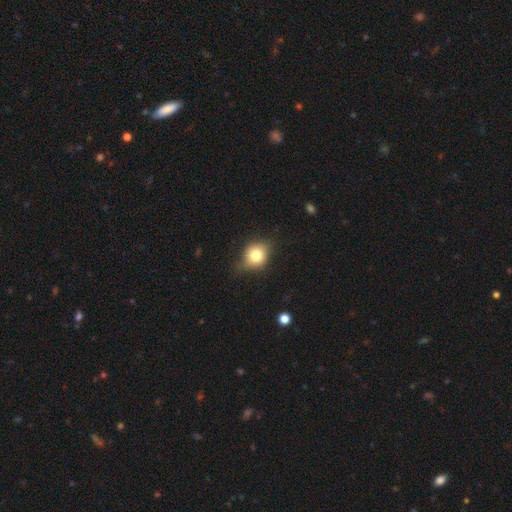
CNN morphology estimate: Smooth or featured?
  - smooth: 77% *
  - featured or disk: 14%
  - star or artifact: 10%
How rounded?
  - round: 66% *
  - in between: 33%
  - cigar-shaped: 1%
Merging?
  - none: 60% *
  - minor disturbance: 30%
  - major disturbance: 8%
  - merger: 2%